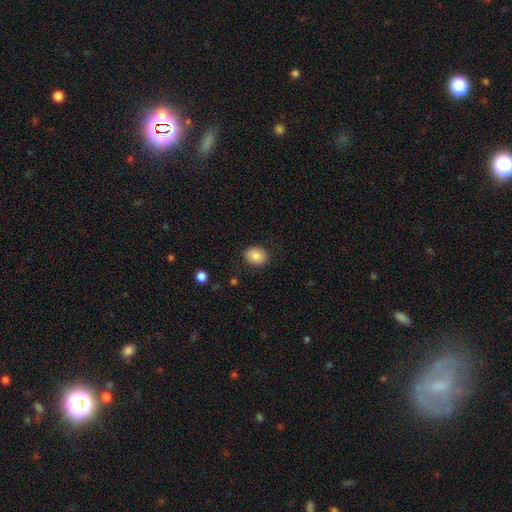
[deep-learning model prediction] This is clearly a smooth galaxy (85%). How rounded: possibly round (52%). Merging: clearly none (85%).